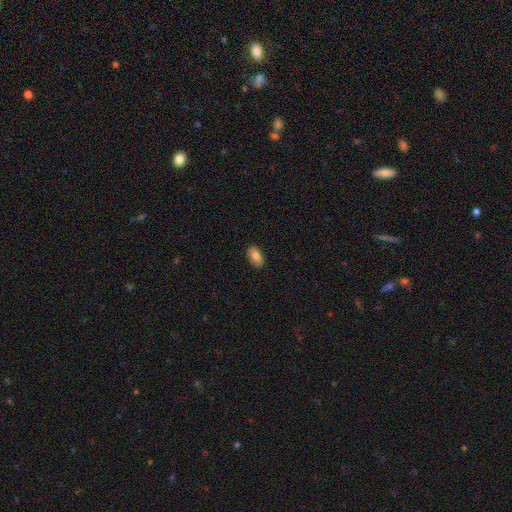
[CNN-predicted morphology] smooth-or-featured: smooth: 85% | featured or disk: 8% | star or artifact: 7%
  how-rounded: in between: 93% | round: 5% | cigar-shaped: 2%
  merging: none: 88% | minor disturbance: 9% | major disturbance: 2% | merger: 1%